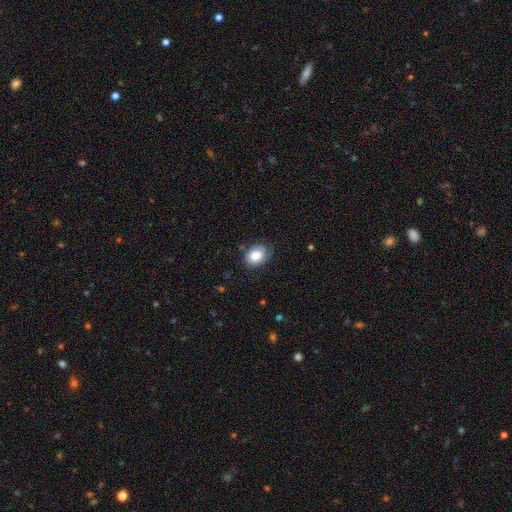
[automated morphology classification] Smooth or featured? Predicted: smooth (p=0.75). How rounded? Predicted: in between (p=0.62). Merging? Predicted: none (p=0.69).